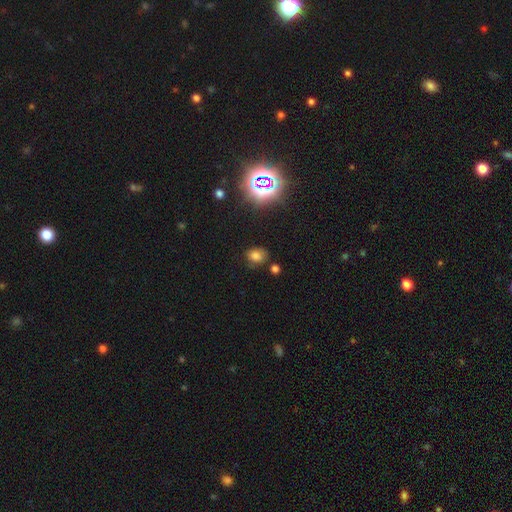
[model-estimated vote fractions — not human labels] Smooth or featured? Predicted: smooth (p=0.69). How rounded? Predicted: in between (p=0.60). Merging? Predicted: none (p=0.69).